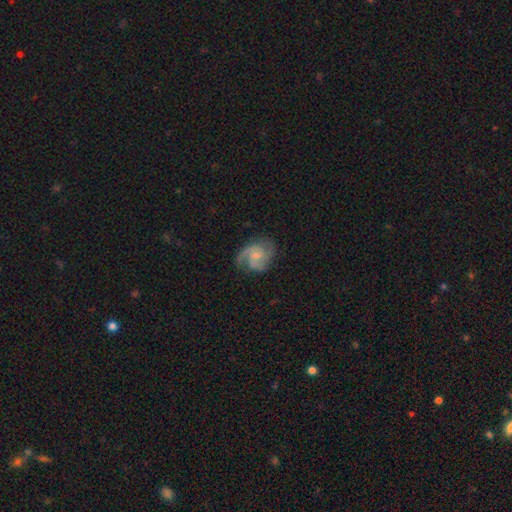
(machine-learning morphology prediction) Smooth or featured?
  - featured or disk: 81% *
  - smooth: 13%
  - star or artifact: 6%
Edge-on disk?
  - no: 98% *
  - yes: 2%
Bar?
  - no: 65% *
  - weak: 31%
  - strong: 4%
Spiral arms?
  - yes: 96% *
  - no: 4%
Spiral winding?
  - medium: 51% *
  - tight: 29%
  - loose: 20%
Spiral arm count?
  - 2: 53% *
  - 3: 22%
  - can't tell: 11%
  - 1: 8%
  - 4: 3%
  - more than 4: 3%
Bulge size?
  - small: 61% *
  - moderate: 32%
  - none: 5%
  - large: 1%
  - dominant: 1%
Merging?
  - none: 65% *
  - minor disturbance: 22%
  - major disturbance: 12%
  - merger: 2%